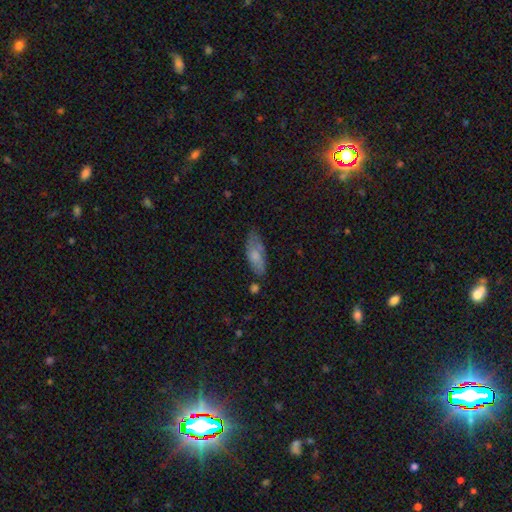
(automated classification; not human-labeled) The model was most divided on "merging": none: 58%, minor disturbance: 29%, major disturbance: 8%, merger: 5%. More confident: how rounded — in between (76%); smooth or featured — smooth (66%).